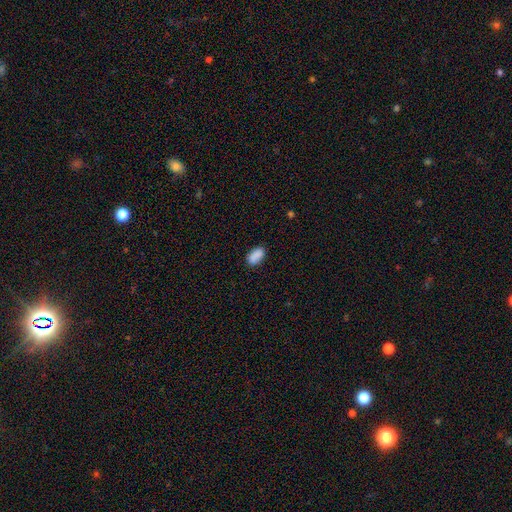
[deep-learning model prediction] A smooth galaxy with no disk features (89%) that is in between round and cigar-shaped (92%).

Vote fractions:
- Smooth or featured? smooth: 89% / star or artifact: 8% / featured or disk: 4%
- How rounded? in between: 92% / round: 5% / cigar-shaped: 3%
- Merging? none: 84% / minor disturbance: 12% / major disturbance: 3% / merger: 1%